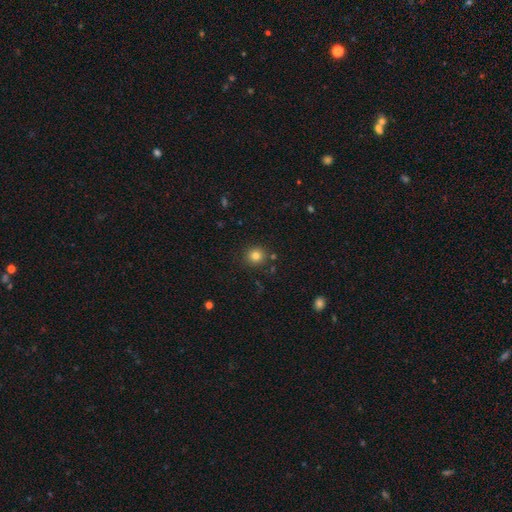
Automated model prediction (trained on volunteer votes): Smooth or featured? smooth (81%)
How rounded? round (91%)
Merging? none (88%)